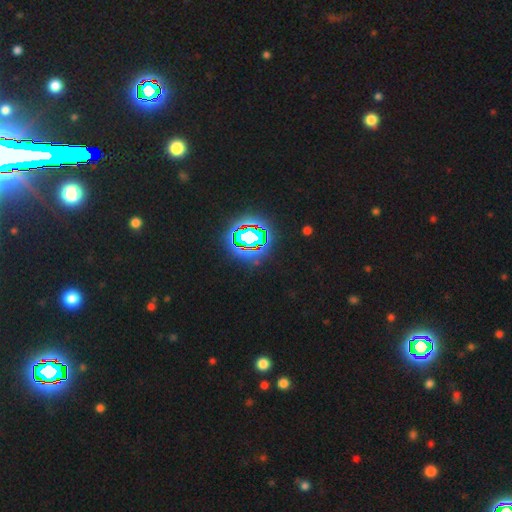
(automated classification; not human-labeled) This is clearly a star or artifact rather than a galaxy (82%).